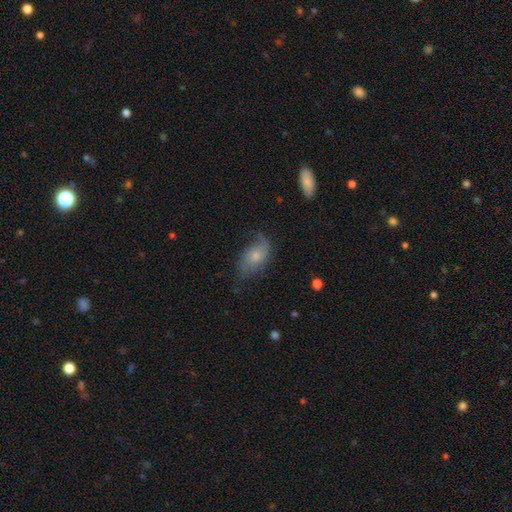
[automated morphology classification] smooth_or_featured: smooth (p=0.53) [alt: featured or disk p=0.39]
how_rounded: in between (p=0.89) [alt: round p=0.08]
merging: none (p=0.50) [alt: minor disturbance p=0.30]